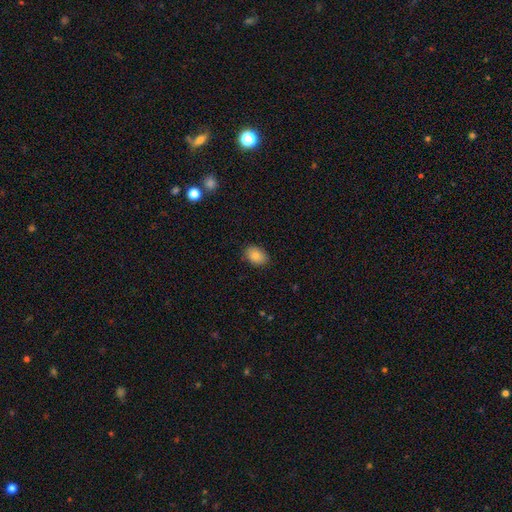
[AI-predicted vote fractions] smooth-or-featured: smooth: 85% | star or artifact: 8% | featured or disk: 7%
  how-rounded: in between: 79% | round: 20% | cigar-shaped: 1%
  merging: none: 85% | minor disturbance: 11% | major disturbance: 2% | merger: 1%